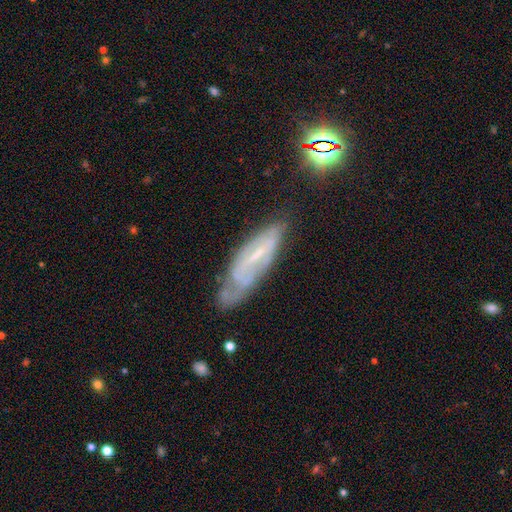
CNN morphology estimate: A featured or disk galaxy (67%) with a weak bar (40%), spiral arms (72%) and a small central bulge (59%). Merging: none (52%).